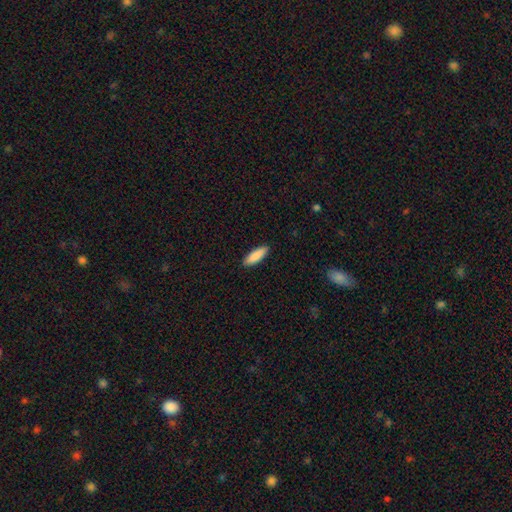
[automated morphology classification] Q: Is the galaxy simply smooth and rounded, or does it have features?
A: smooth — 89%.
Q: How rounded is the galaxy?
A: in between — 49%, tied with cigar-shaped.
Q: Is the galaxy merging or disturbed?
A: none — 91%.